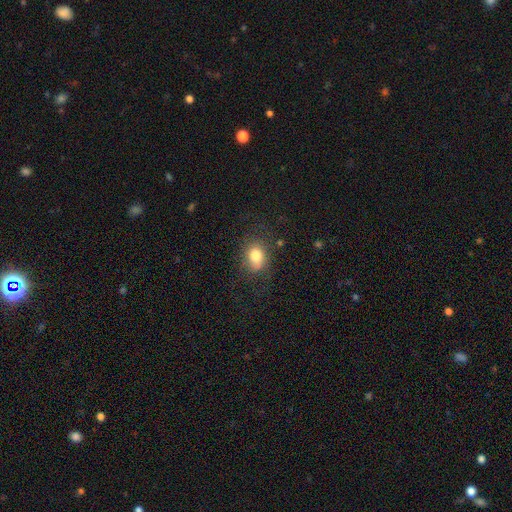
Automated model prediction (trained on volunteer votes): A smooth galaxy with no disk features (78%) that is in between round and cigar-shaped (59%). Merging: none (68%).